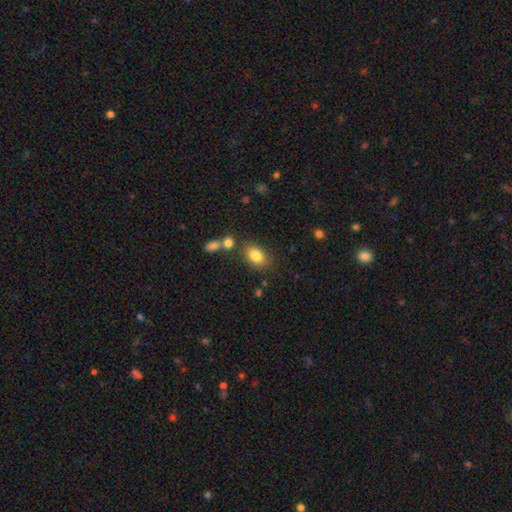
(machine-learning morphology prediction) A smooth galaxy with no disk features (83%) that is in between round and cigar-shaped (77%).

Vote fractions:
- Smooth or featured? smooth: 83% / star or artifact: 9% / featured or disk: 8%
- How rounded? in between: 77% / round: 22% / cigar-shaped: 1%
- Merging? none: 72% / minor disturbance: 15% / merger: 9% / major disturbance: 5%